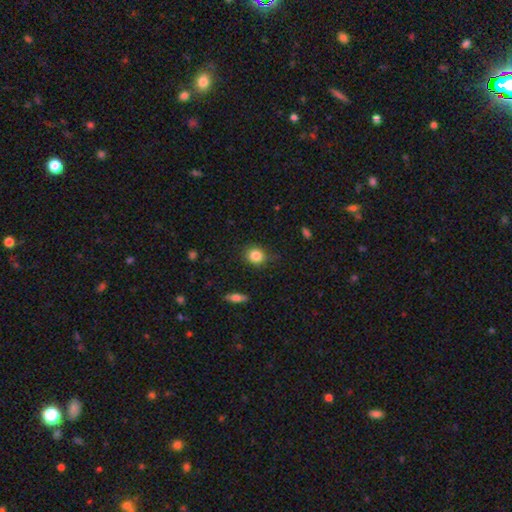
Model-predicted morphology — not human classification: Q: Smooth or featured?
A: smooth (84%); runner-up: star or artifact (10%)
Q: How rounded?
A: round (78%); runner-up: in between (21%)
Q: Merging?
A: none (78%); runner-up: minor disturbance (17%)